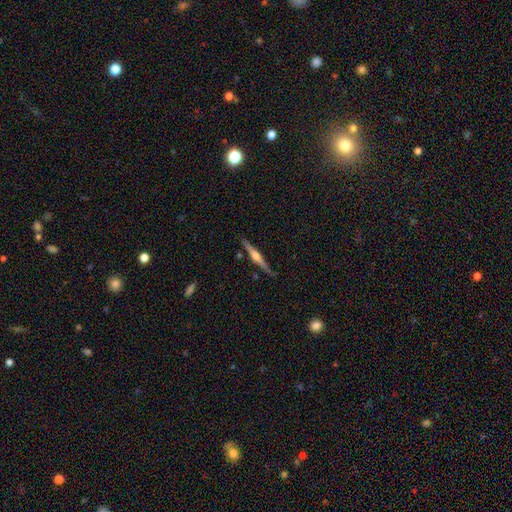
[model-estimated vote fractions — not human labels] Smooth or featured?
  - featured or disk: 77% *
  - smooth: 18%
  - star or artifact: 5%
Edge-on disk?
  - yes: 98% *
  - no: 2%
Edge-on bulge?
  - rounded: 91% *
  - boxy: 6%
  - none: 4%
Merging?
  - none: 85% *
  - minor disturbance: 11%
  - merger: 2%
  - major disturbance: 2%